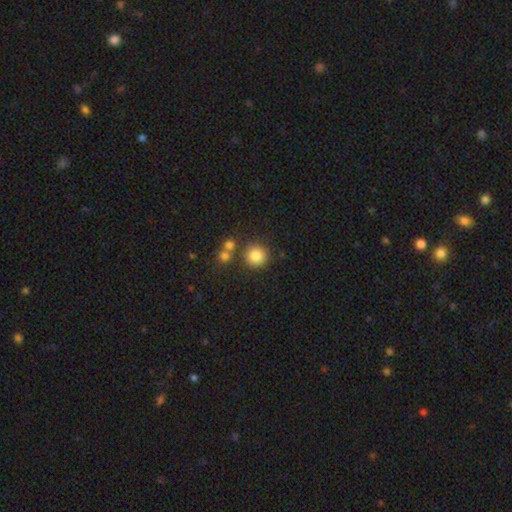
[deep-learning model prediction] smooth-or-featured: smooth: 84% | star or artifact: 10% | featured or disk: 6%
  how-rounded: round: 94% | in between: 5% | cigar-shaped: 1%
  merging: none: 78% | merger: 10% | minor disturbance: 8% | major disturbance: 3%